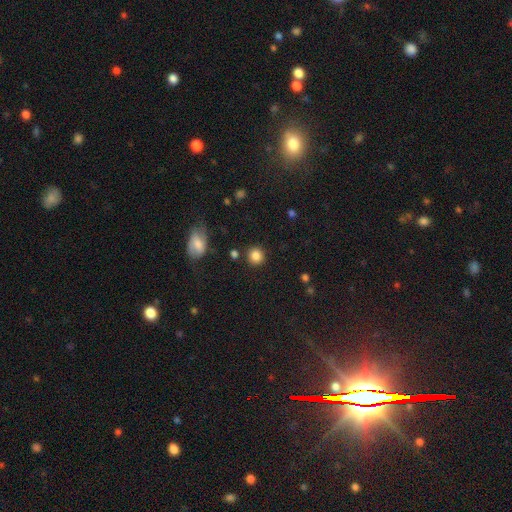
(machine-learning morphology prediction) A smooth galaxy with no disk features (85%) that is round (89%).

Vote fractions:
- Smooth or featured? smooth: 85% / star or artifact: 10% / featured or disk: 5%
- How rounded? round: 89% / in between: 10% / cigar-shaped: 1%
- Merging? none: 87% / minor disturbance: 8% / merger: 3% / major disturbance: 3%